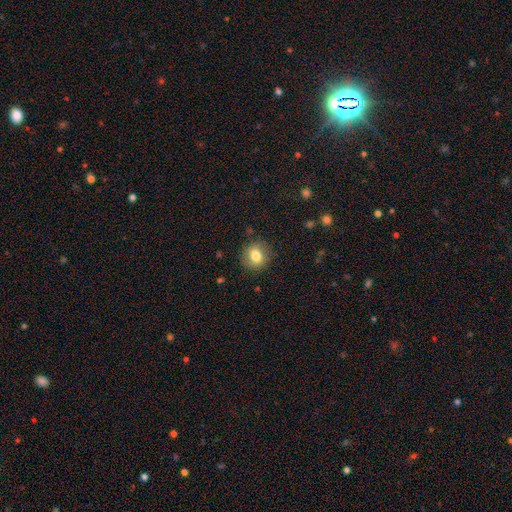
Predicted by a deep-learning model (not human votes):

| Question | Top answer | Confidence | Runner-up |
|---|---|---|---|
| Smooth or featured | smooth | 80% | featured or disk (11%) |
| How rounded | round | 76% | in between (23%) |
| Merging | none | 85% | minor disturbance (11%) |